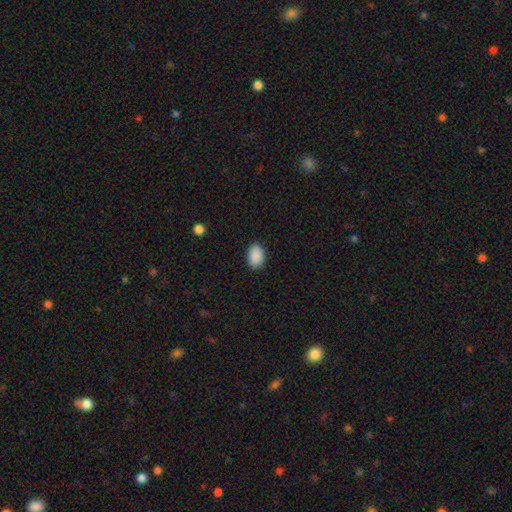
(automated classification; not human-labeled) Smooth or featured: smooth — 90% (star or artifact — 8%)
How rounded: in between — 84% (round — 15%)
Merging: none — 88% (minor disturbance — 9%)